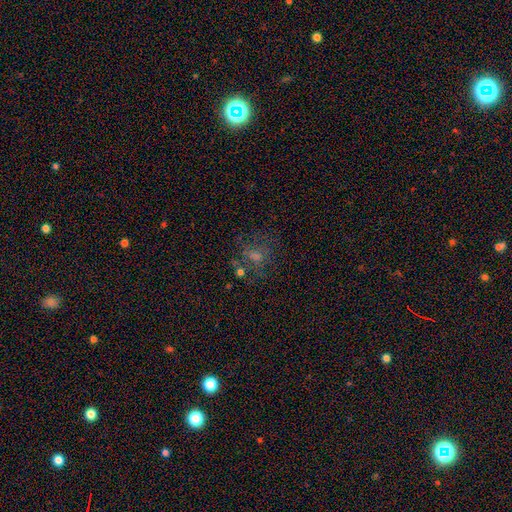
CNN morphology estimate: Smooth or featured?
  - smooth: 47% *
  - star or artifact: 27%
  - featured or disk: 26%
Merging?
  - none: 52% *
  - major disturbance: 22%
  - minor disturbance: 18%
  - merger: 7%